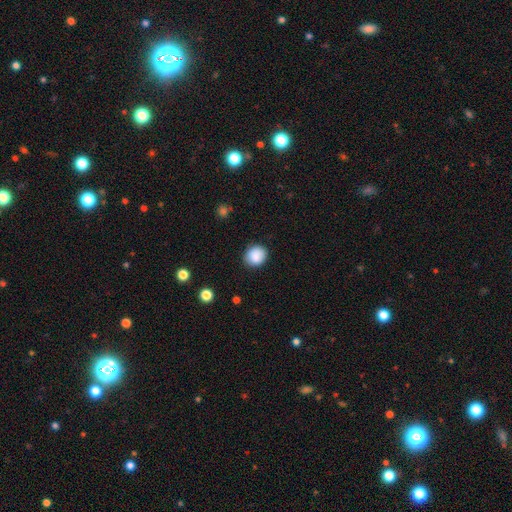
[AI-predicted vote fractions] Smooth or featured: smooth — 89% (star or artifact — 8%)
How rounded: round — 74% (in between — 25%)
Merging: none — 86% (minor disturbance — 11%)